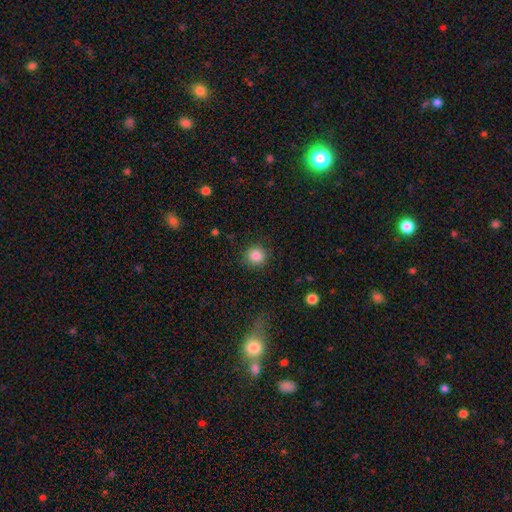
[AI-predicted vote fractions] smooth-or-featured: smooth: 85% | star or artifact: 10% | featured or disk: 5%
  how-rounded: round: 93% | in between: 6% | cigar-shaped: 1%
  merging: none: 89% | minor disturbance: 7% | major disturbance: 3% | merger: 1%